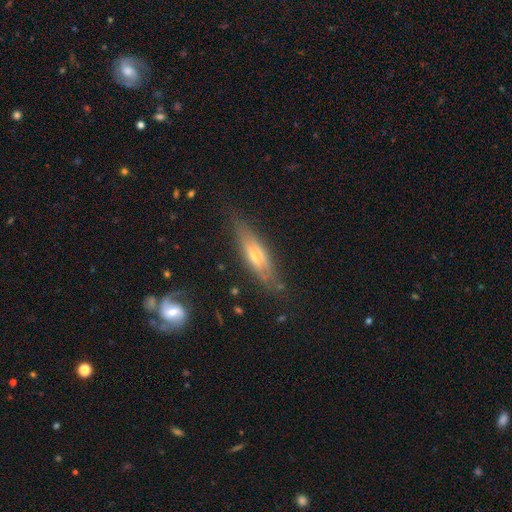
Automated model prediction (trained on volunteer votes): Smooth or featured: featured or disk — 60% (smooth — 32%)
Edge-on disk: yes — 83% (no — 17%)
Merging: none — 79% (minor disturbance — 15%)